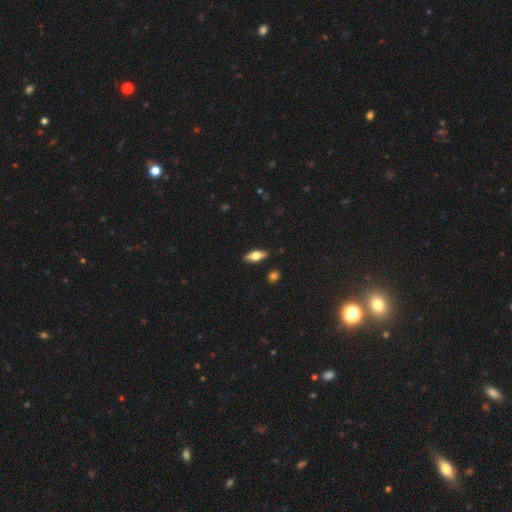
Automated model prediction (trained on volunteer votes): Q: Smooth or featured?
A: smooth (49%); runner-up: featured or disk (44%)
Q: Merging?
A: none (88%); runner-up: minor disturbance (8%)